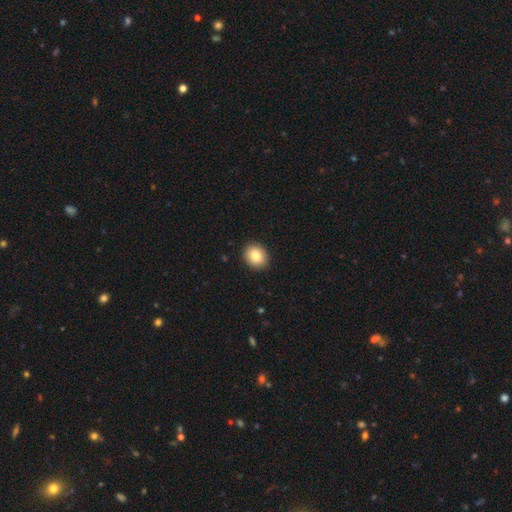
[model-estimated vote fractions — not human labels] Smooth or featured? smooth (83%)
How rounded? round (70%)
Merging? none (92%)